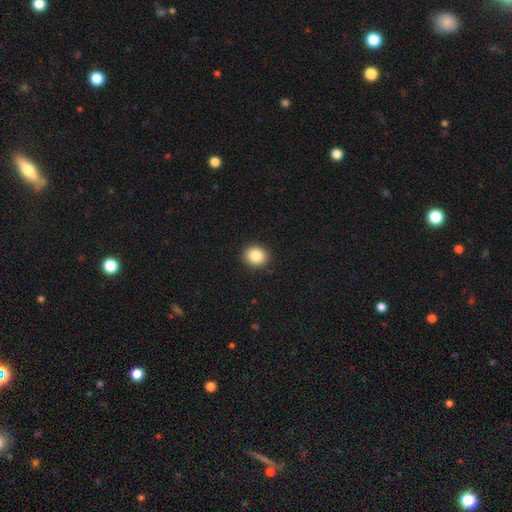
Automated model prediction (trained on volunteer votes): Smooth or featured?
  - smooth: 85% *
  - star or artifact: 9%
  - featured or disk: 6%
How rounded?
  - round: 75% *
  - in between: 25%
  - cigar-shaped: 1%
Merging?
  - none: 92% *
  - minor disturbance: 6%
  - major disturbance: 2%
  - merger: 1%